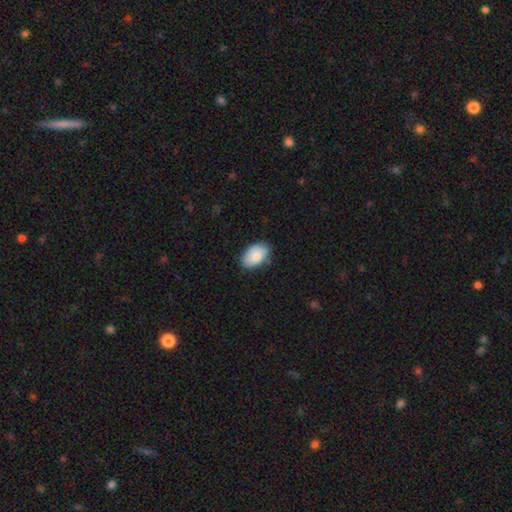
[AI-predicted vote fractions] Smooth or featured: smooth — 85% (featured or disk — 9%)
How rounded: in between — 93% (round — 6%)
Merging: none — 78% (minor disturbance — 18%)